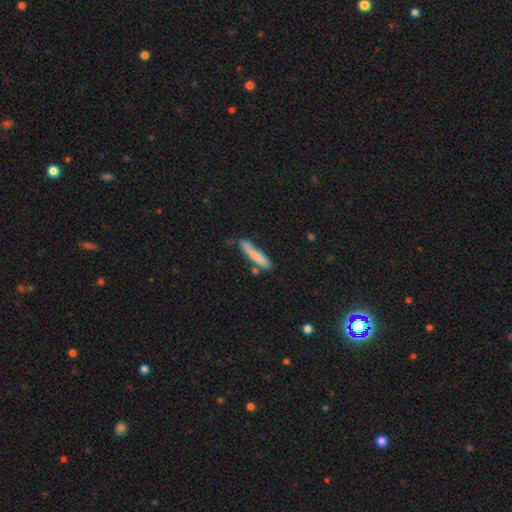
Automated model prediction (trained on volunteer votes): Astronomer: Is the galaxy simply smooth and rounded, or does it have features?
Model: smooth — 76%.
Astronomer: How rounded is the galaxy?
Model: cigar-shaped — 89%.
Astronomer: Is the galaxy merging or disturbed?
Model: none — 62%.